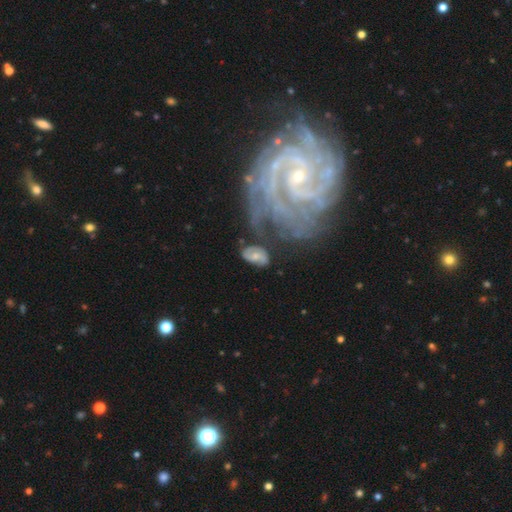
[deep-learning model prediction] Overall: featured or disk (57%; smooth 35%). Edge-on disk: no (96%). Bar: no (47%; weak 41%). Spiral arms: yes (81%). Bulge size: moderate (47%; small 38%). Merging: none (60%; minor disturbance 20%).